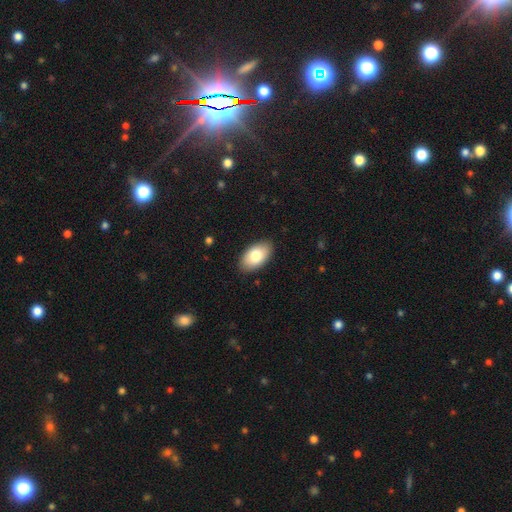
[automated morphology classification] Smooth or featured? smooth (79%)
How rounded? in between (95%)
Merging? none (88%)